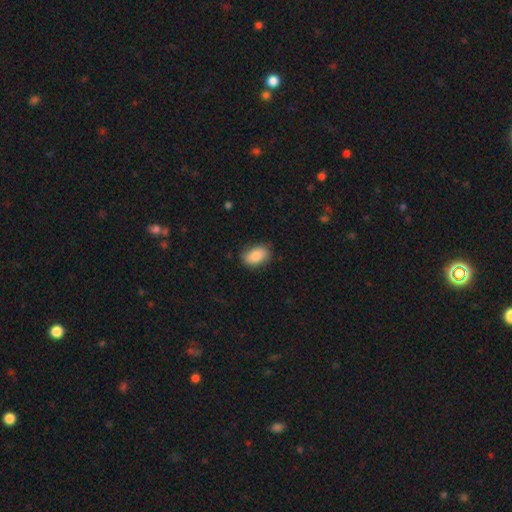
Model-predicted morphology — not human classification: This is clearly a smooth galaxy (85%). How rounded: clearly in between (89%). Merging: likely none (80%).